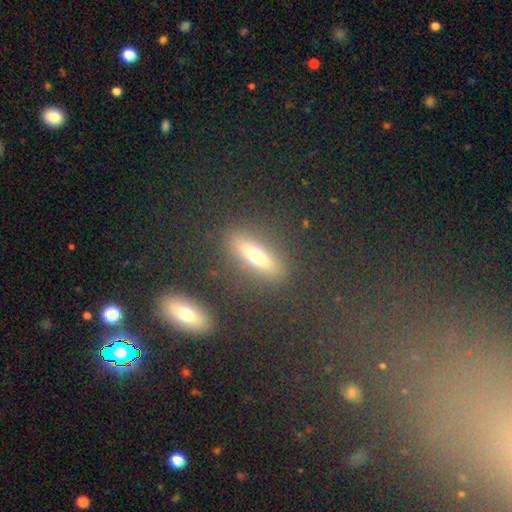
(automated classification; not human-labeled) Morphology: type=smooth (53%); roundness=cigar-shaped (47%); merging=none (86%).